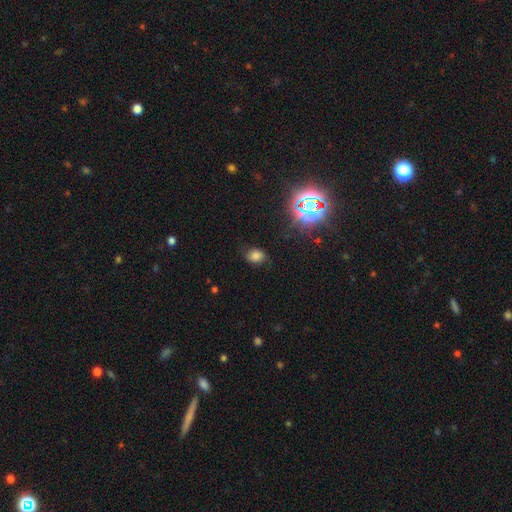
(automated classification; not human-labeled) smooth-or-featured: smooth: 67% | star or artifact: 23% | featured or disk: 10%
  how-rounded: in between: 58% | round: 40% | cigar-shaped: 1%
  merging: none: 72% | minor disturbance: 20% | major disturbance: 6% | merger: 1%